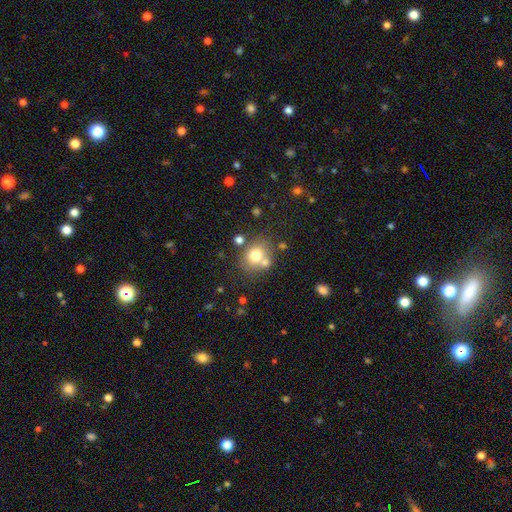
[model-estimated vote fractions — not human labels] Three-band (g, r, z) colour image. It shows a smooth galaxy with no disk features (72%) that is round (66%). Merging: none (60%).